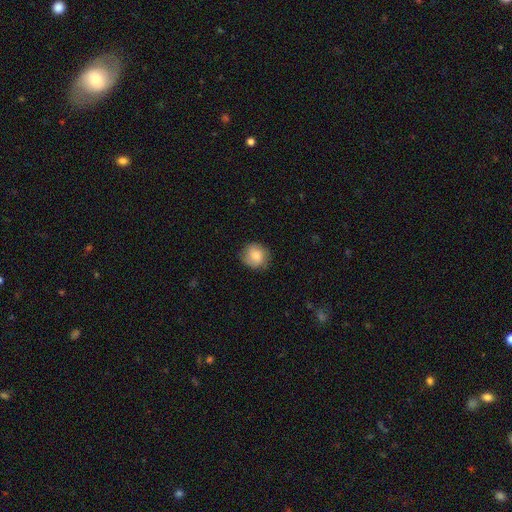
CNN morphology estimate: smooth-or-featured: smooth: 80% | featured or disk: 13% | star or artifact: 7%
  how-rounded: round: 84% | in between: 15% | cigar-shaped: 1%
  merging: none: 79% | minor disturbance: 16% | major disturbance: 4% | merger: 1%